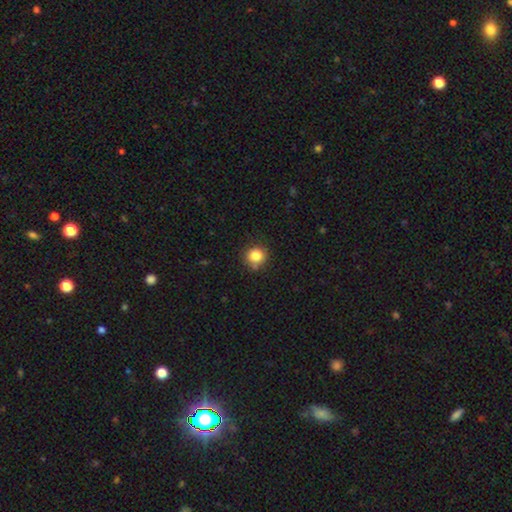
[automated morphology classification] A smooth galaxy with no disk features (83%) that is round (89%). Merging: none (79%).